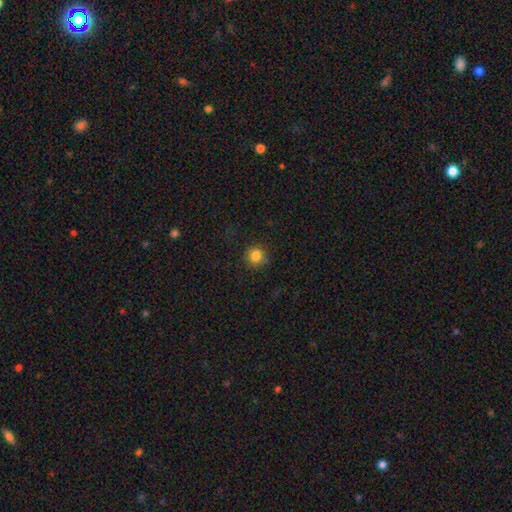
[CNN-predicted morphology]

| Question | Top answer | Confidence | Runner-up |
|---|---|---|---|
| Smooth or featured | smooth | 84% | star or artifact (11%) |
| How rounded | round | 93% | in between (6%) |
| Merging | none | 86% | minor disturbance (10%) |